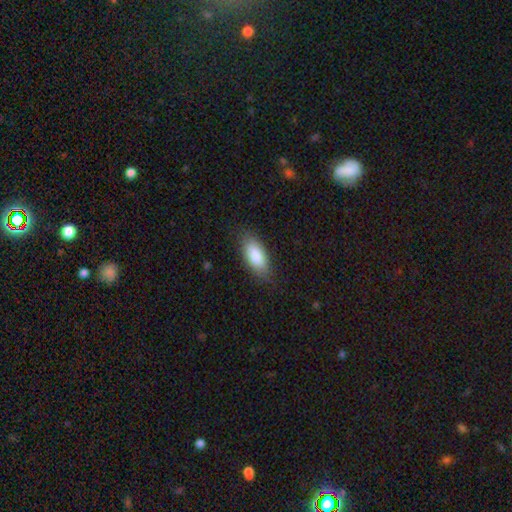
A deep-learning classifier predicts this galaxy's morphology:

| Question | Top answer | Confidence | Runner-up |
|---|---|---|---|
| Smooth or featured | smooth | 86% | featured or disk (8%) |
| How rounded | in between | 87% | cigar-shaped (11%) |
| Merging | none | 80% | minor disturbance (15%) |